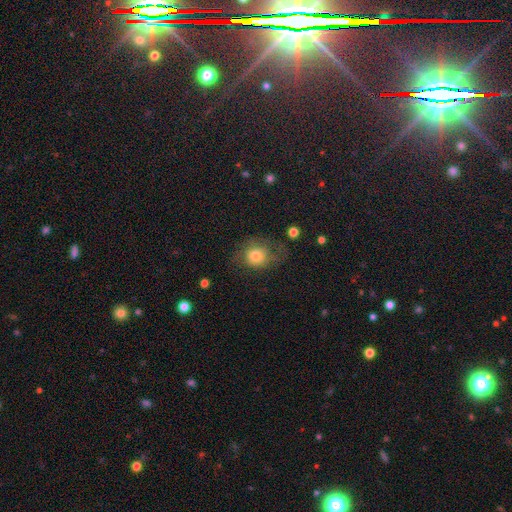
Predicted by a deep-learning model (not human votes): Overall: smooth (73%). How rounded: round (70%). Merging: none (50%; minor disturbance 25%).